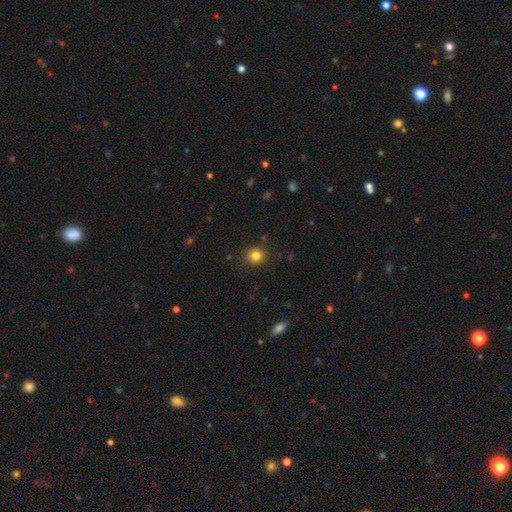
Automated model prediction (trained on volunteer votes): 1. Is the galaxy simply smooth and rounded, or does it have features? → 83% smooth, 12% star or artifact, 5% featured or disk.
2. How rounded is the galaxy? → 90% round, 10% in between, 1% cigar-shaped.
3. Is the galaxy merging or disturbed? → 89% none, 7% minor disturbance, 2% major disturbance, 1% merger.